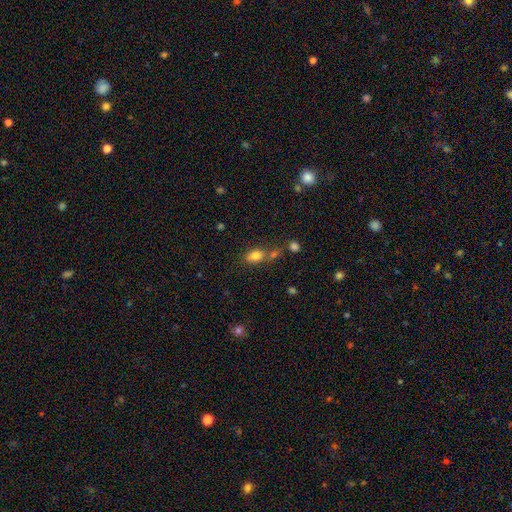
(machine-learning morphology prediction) A smooth galaxy with no disk features (79%) that is in between round and cigar-shaped (76%).

Vote fractions:
- Smooth or featured? smooth: 79% / star or artifact: 11% / featured or disk: 10%
- How rounded? in between: 76% / round: 21% / cigar-shaped: 2%
- Merging? none: 53% / merger: 27% / minor disturbance: 15% / major disturbance: 6%